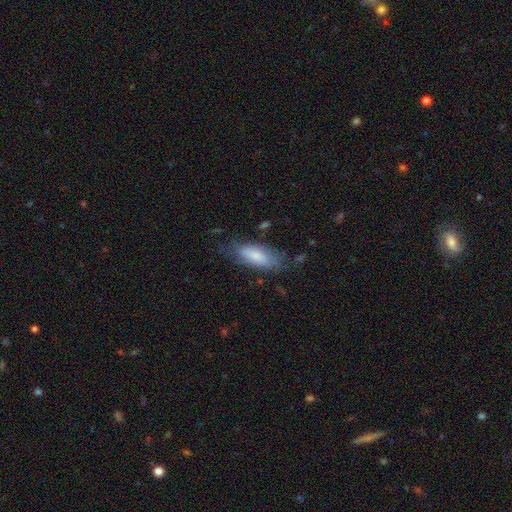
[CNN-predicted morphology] Smooth or featured?
  - smooth: 76% *
  - featured or disk: 18%
  - star or artifact: 6%
How rounded?
  - in between: 73% *
  - cigar-shaped: 26%
  - round: 2%
Merging?
  - none: 64% *
  - minor disturbance: 25%
  - major disturbance: 9%
  - merger: 2%